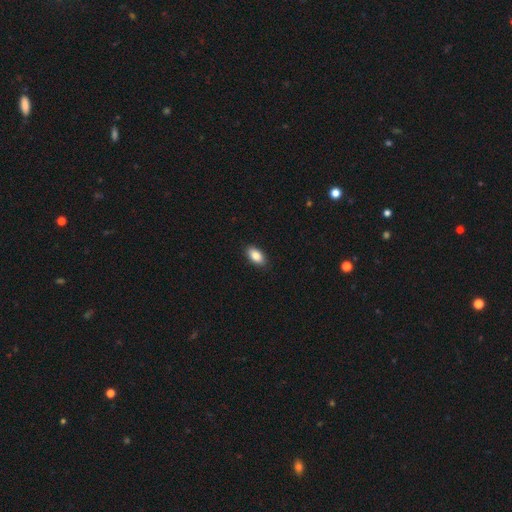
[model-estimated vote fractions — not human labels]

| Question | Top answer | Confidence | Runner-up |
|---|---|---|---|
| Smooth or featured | smooth | 86% | star or artifact (7%) |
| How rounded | in between | 93% | round (4%) |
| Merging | none | 89% | minor disturbance (8%) |